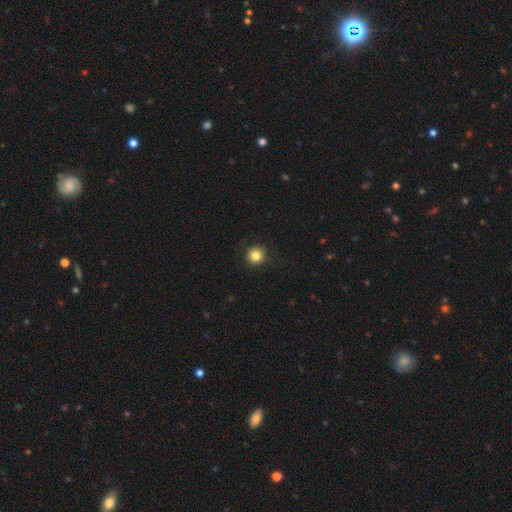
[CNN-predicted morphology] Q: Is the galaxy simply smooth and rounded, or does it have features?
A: smooth — 84%.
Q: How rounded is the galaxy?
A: round — 95%.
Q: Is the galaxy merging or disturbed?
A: none — 91%.